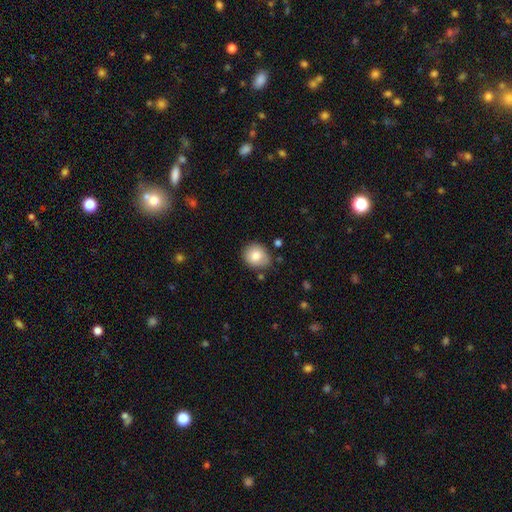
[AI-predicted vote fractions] Q: Smooth or featured?
A: smooth (82%); runner-up: featured or disk (10%)
Q: How rounded?
A: round (74%); runner-up: in between (25%)
Q: Merging?
A: none (76%); runner-up: minor disturbance (17%)